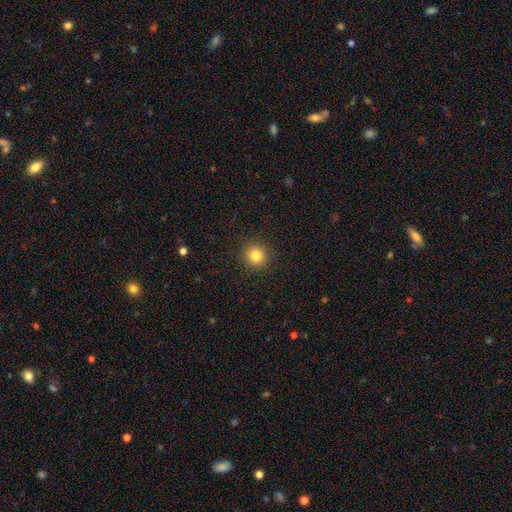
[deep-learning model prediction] A smooth galaxy with no disk features (82%) that is round (94%). Merging: none (92%).